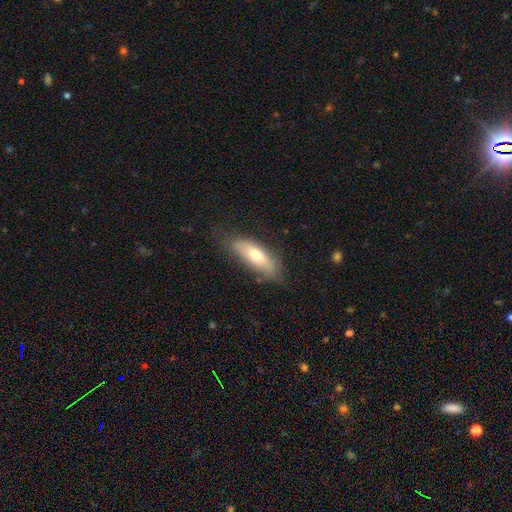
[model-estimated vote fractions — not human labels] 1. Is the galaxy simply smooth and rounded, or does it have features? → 67% smooth, 26% featured or disk, 7% star or artifact.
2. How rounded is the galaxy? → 63% in between, 34% cigar-shaped, 2% round.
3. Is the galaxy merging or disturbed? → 69% none, 23% minor disturbance, 7% major disturbance, 2% merger.